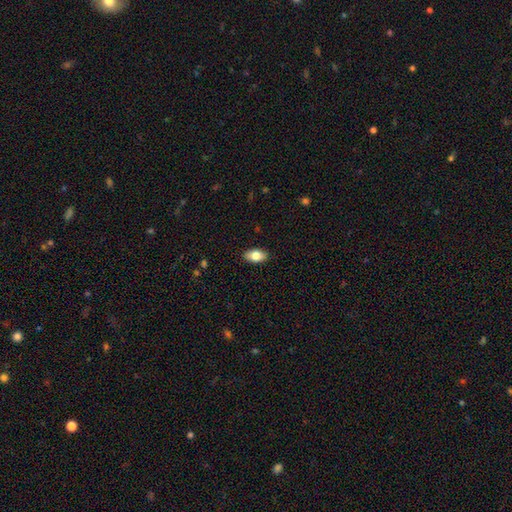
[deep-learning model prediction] Smooth or featured: smooth — 80% (featured or disk — 13%)
How rounded: in between — 92% (round — 6%)
Merging: none — 89% (minor disturbance — 8%)